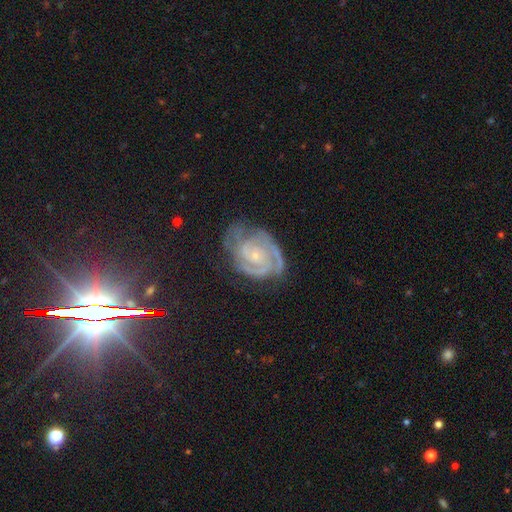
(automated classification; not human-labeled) Smooth or featured?
  - featured or disk: 86% *
  - star or artifact: 8%
  - smooth: 6%
Edge-on disk?
  - no: 98% *
  - yes: 2%
Bar?
  - no: 67% *
  - weak: 26%
  - strong: 7%
Spiral arms?
  - yes: 98% *
  - no: 2%
Spiral winding?
  - tight: 68% *
  - medium: 28%
  - loose: 4%
Spiral arm count?
  - 2: 43% *
  - 3: 27%
  - can't tell: 14%
  - 4: 6%
  - 1: 5%
  - more than 4: 5%
Bulge size?
  - small: 79% *
  - moderate: 16%
  - none: 3%
  - large: 1%
  - dominant: 1%
Merging?
  - none: 65% *
  - minor disturbance: 23%
  - major disturbance: 10%
  - merger: 2%